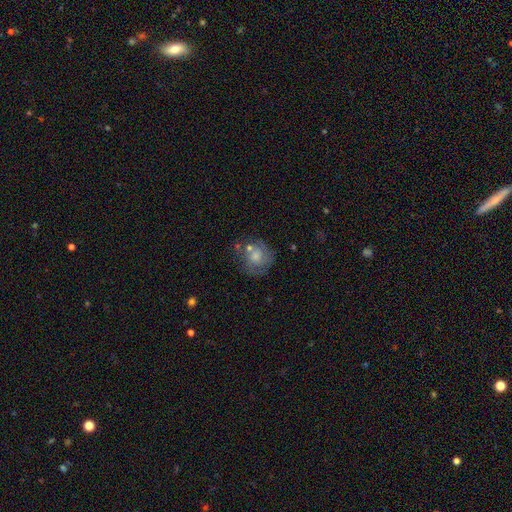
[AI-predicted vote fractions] The model was most divided on "smooth or featured": featured or disk: 45%, smooth: 41%, star or artifact: 14%. More confident: merging — none (61%).